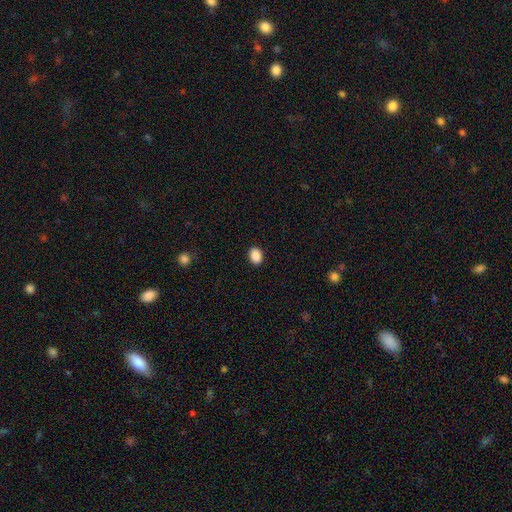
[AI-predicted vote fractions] This appears to be a smooth galaxy with no disk features (89%) that is in between round and cigar-shaped (69%). Merging: none (91%).